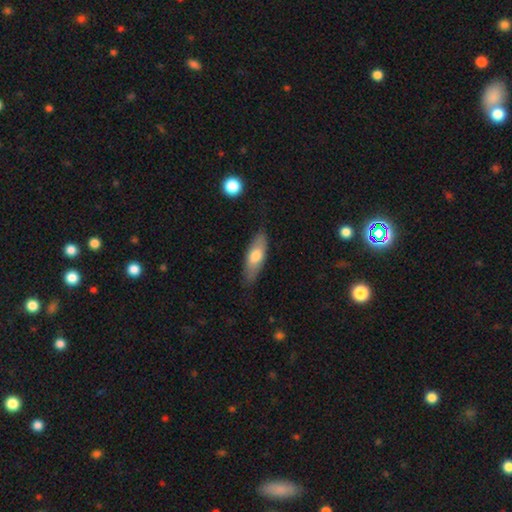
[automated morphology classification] A smooth galaxy with no disk features (65%) that is in between round and cigar-shaped (63%). Merging: none (78%).